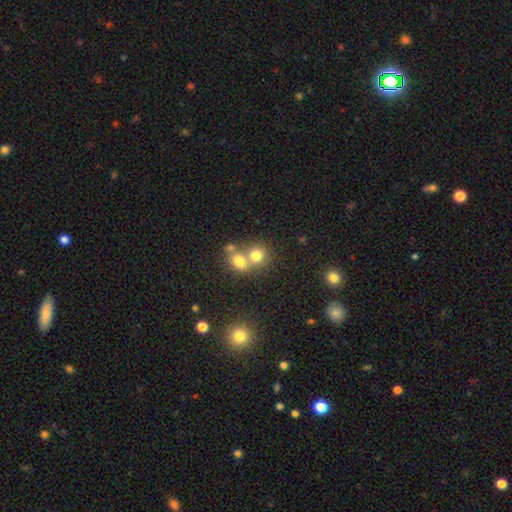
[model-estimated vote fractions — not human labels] Morphology: type=smooth (74%); roundness=round (76%); merging=merger (55%).